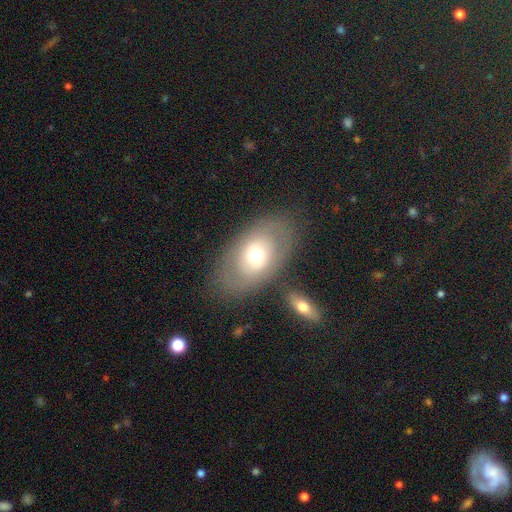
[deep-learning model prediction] Q: Smooth or featured?
A: smooth (54%); runner-up: featured or disk (37%)
Q: How rounded?
A: in between (88%); runner-up: round (10%)
Q: Merging?
A: none (75%); runner-up: minor disturbance (13%)